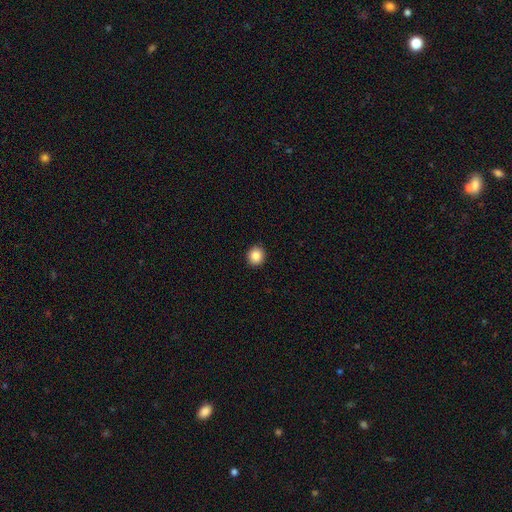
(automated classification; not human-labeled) Smooth or featured?
  - smooth: 86% *
  - star or artifact: 9%
  - featured or disk: 5%
How rounded?
  - round: 87% *
  - in between: 12%
  - cigar-shaped: 1%
Merging?
  - none: 92% *
  - minor disturbance: 5%
  - major disturbance: 2%
  - merger: 1%